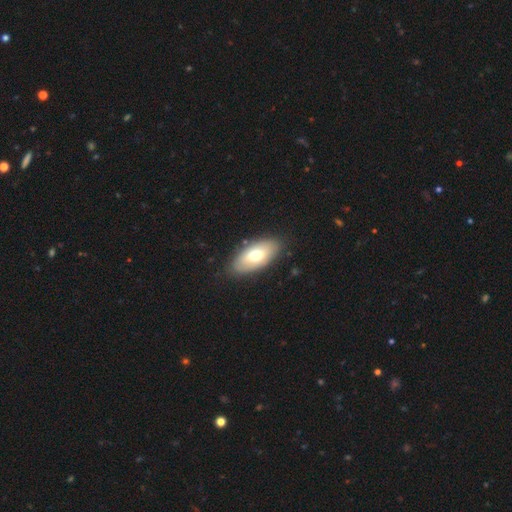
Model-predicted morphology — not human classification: Smooth or featured?
  - smooth: 66% *
  - featured or disk: 28%
  - star or artifact: 6%
How rounded?
  - in between: 91% *
  - cigar-shaped: 6%
  - round: 3%
Merging?
  - none: 84% *
  - minor disturbance: 11%
  - major disturbance: 3%
  - merger: 1%